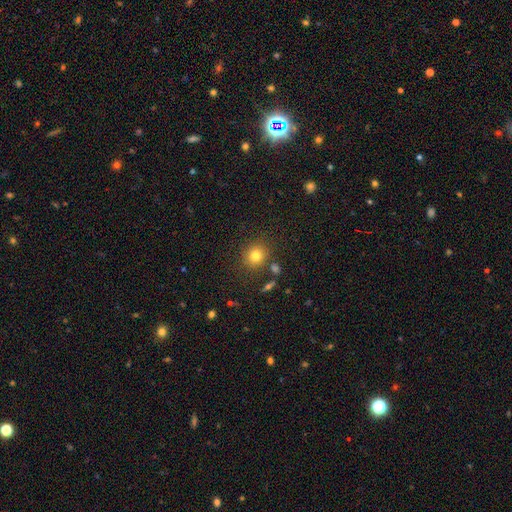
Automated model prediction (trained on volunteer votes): This appears to be a smooth galaxy with no disk features (79%) that is round (83%). Merging: none (83%).